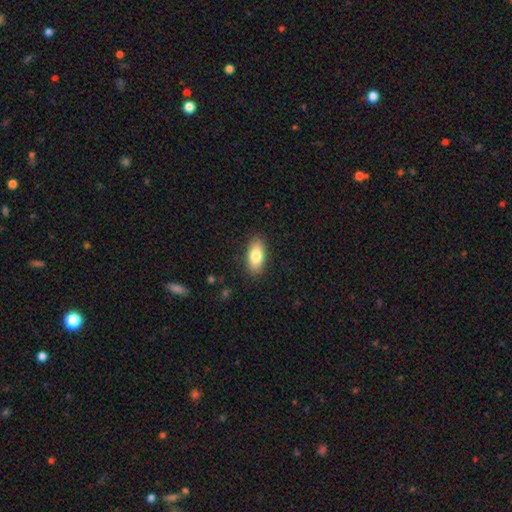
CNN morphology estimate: A smooth galaxy with no disk features (80%) that is in between round and cigar-shaped (89%).

Vote fractions:
- Smooth or featured? smooth: 80% / featured or disk: 13% / star or artifact: 7%
- How rounded? in between: 89% / cigar-shaped: 7% / round: 4%
- Merging? none: 88% / minor disturbance: 9% / major disturbance: 2% / merger: 1%